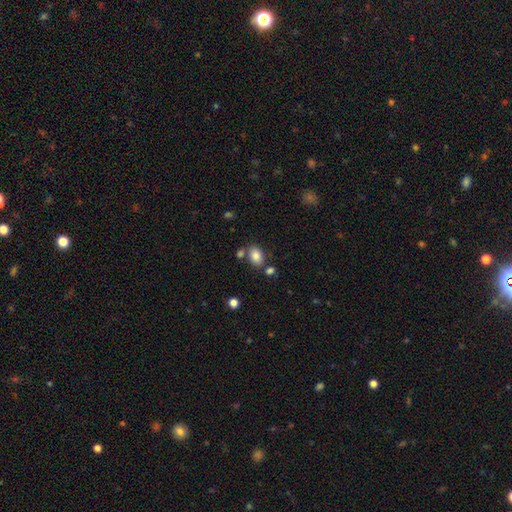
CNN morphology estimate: Smooth or featured: smooth — 85% (star or artifact — 9%)
How rounded: in between — 82% (round — 17%)
Merging: none — 69% (merger — 14%)